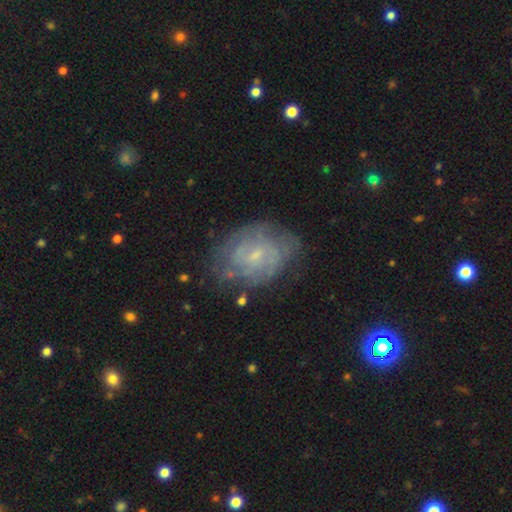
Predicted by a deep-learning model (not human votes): Overall: featured or disk (69%). Edge-on disk: no (97%). Bar: no (49%; weak 44%). Spiral arms: yes (77%). Spiral arm count: can't tell (54%; 2 23%). Spiral winding: tight (55%; medium 33%). Bulge size: small (68%). Merging: none (67%).